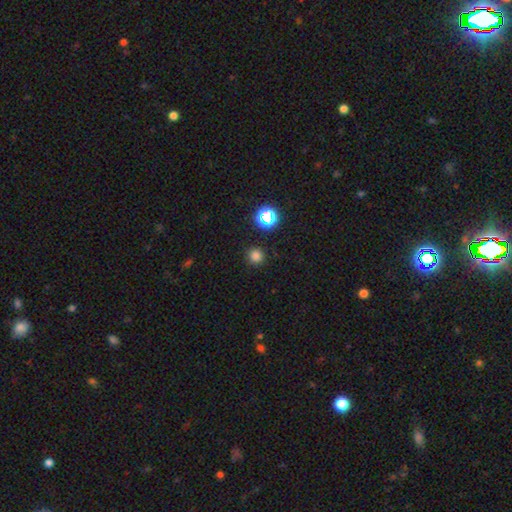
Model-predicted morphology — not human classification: Q: Smooth or featured?
A: smooth (77%); runner-up: star or artifact (19%)
Q: How rounded?
A: round (94%); runner-up: in between (5%)
Q: Merging?
A: none (90%); runner-up: minor disturbance (6%)